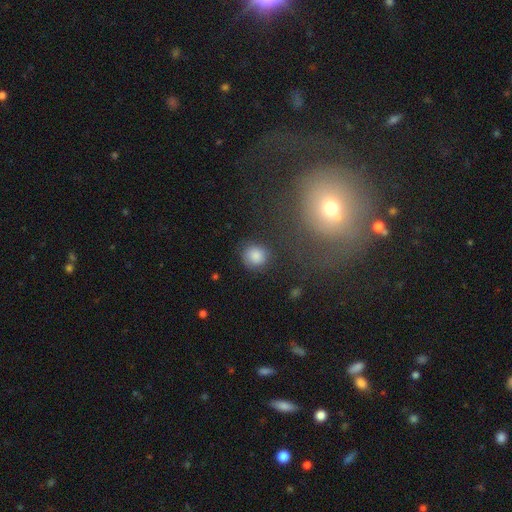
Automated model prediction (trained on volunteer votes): This is clearly a smooth galaxy (83%). How rounded: clearly round (85%). Merging: likely none (79%).